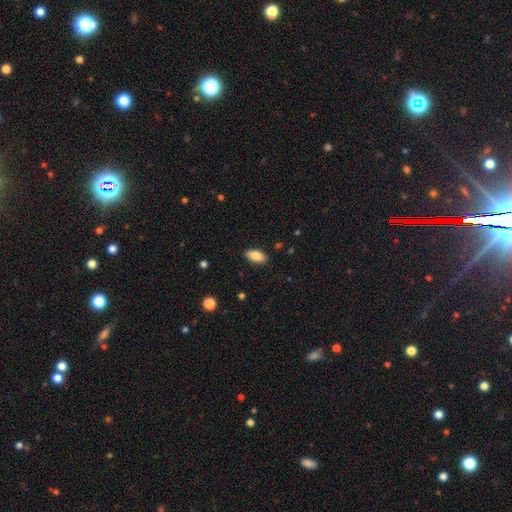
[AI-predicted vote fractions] The model was most divided on "smooth or featured": smooth: 84%, featured or disk: 9%, star or artifact: 7%. More confident: how rounded — in between (91%); merging — none (88%).